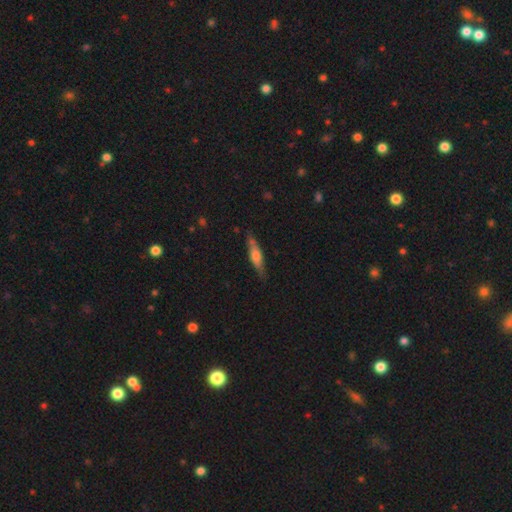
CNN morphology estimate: A smooth galaxy with no disk features (48%). Merging: none (76%).